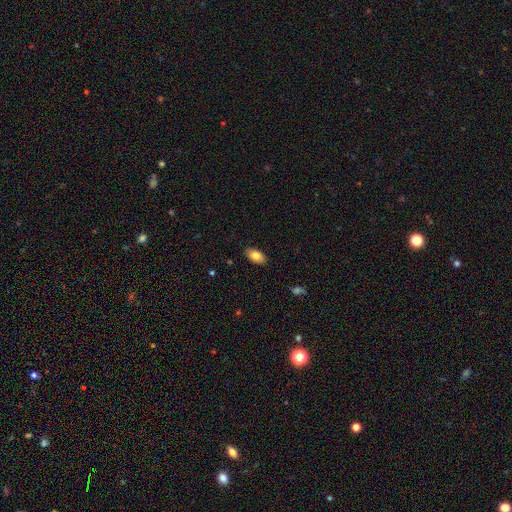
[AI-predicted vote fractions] smooth_or_featured: smooth (p=0.83) [alt: featured or disk p=0.10]
how_rounded: in between (p=0.93) [alt: round p=0.04]
merging: none (p=0.88) [alt: minor disturbance p=0.09]